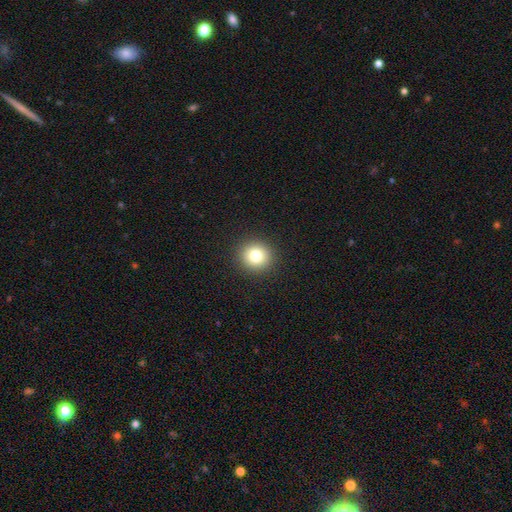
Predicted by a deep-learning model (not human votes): Smooth or featured?
  - smooth: 80% *
  - star or artifact: 12%
  - featured or disk: 8%
How rounded?
  - round: 90% *
  - in between: 9%
  - cigar-shaped: 1%
Merging?
  - none: 92% *
  - minor disturbance: 5%
  - major disturbance: 2%
  - merger: 1%